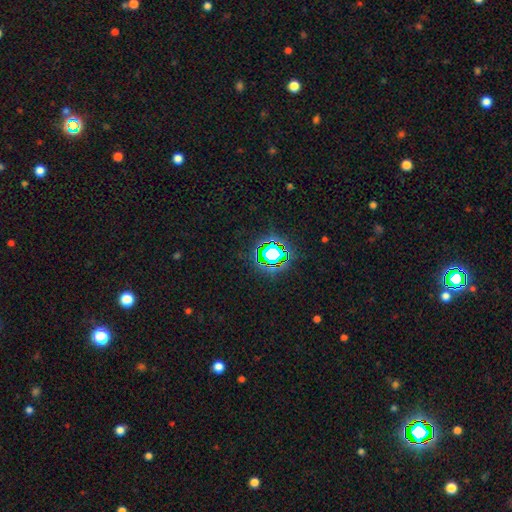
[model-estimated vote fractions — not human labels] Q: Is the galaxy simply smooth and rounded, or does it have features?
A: star or artifact — 77%.